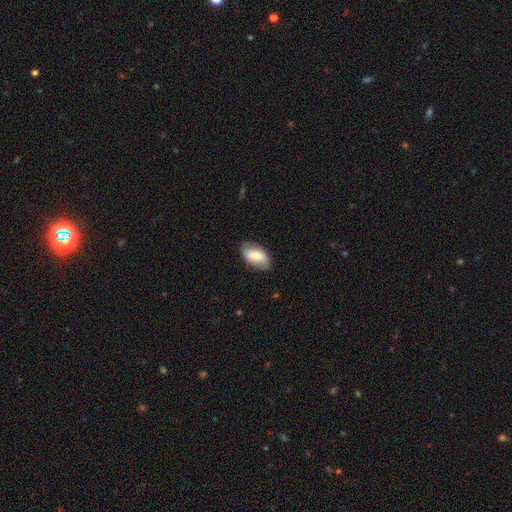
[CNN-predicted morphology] Overall: smooth (64%; featured or disk 29%). How rounded: in between (93%). Merging: none (79%).